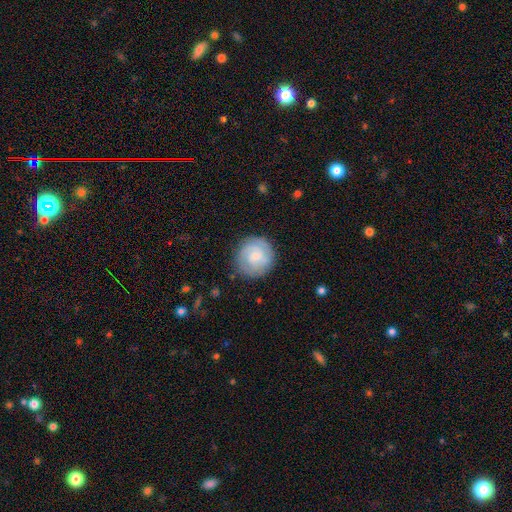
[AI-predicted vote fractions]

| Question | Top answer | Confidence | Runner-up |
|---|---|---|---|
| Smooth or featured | smooth | 48% | featured or disk (45%) |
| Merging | none | 84% | minor disturbance (11%) |